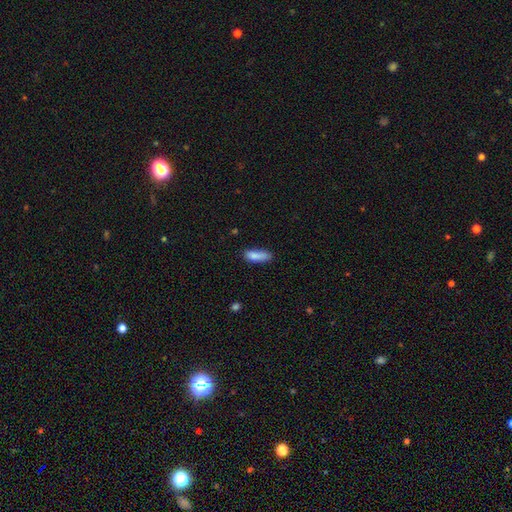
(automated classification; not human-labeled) This appears to be a smooth galaxy with no disk features (85%) that is in between round and cigar-shaped (53%). Merging: none (65%).